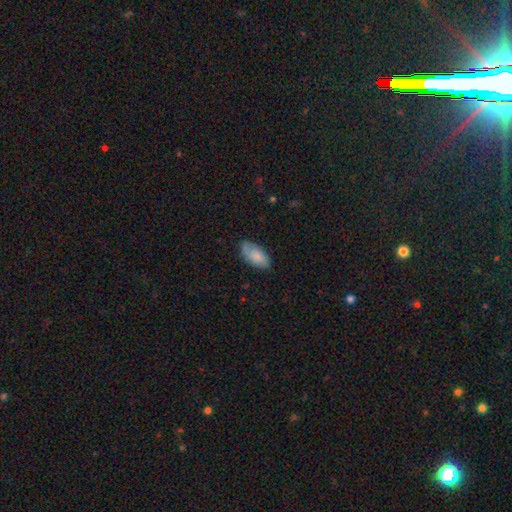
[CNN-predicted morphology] This appears to be a smooth galaxy with no disk features (78%) that is in between round and cigar-shaped (94%). Merging: none (73%).